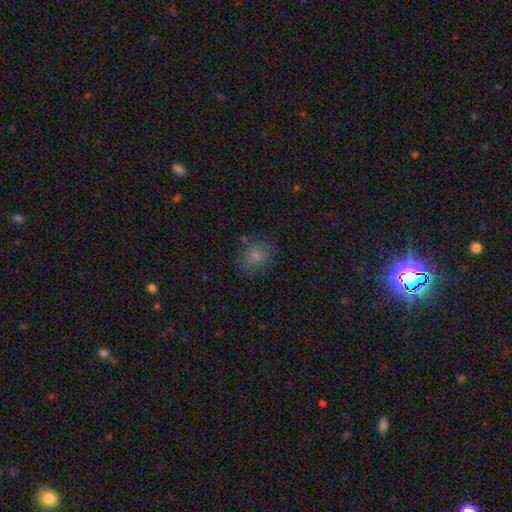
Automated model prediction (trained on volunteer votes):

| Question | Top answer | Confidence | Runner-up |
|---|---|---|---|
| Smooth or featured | smooth | 80% | star or artifact (11%) |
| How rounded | round | 60% | in between (39%) |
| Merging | none | 72% | minor disturbance (18%) |